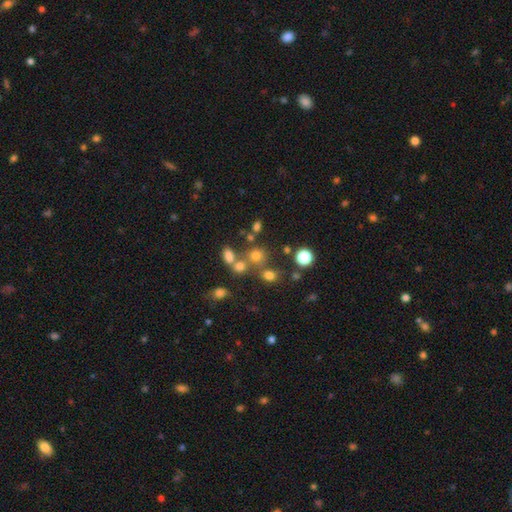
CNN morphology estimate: smooth_or_featured: smooth (p=0.68) [alt: star or artifact p=0.20]
how_rounded: round (p=0.81) [alt: in between p=0.18]
merging: none (p=0.60) [alt: merger p=0.25]